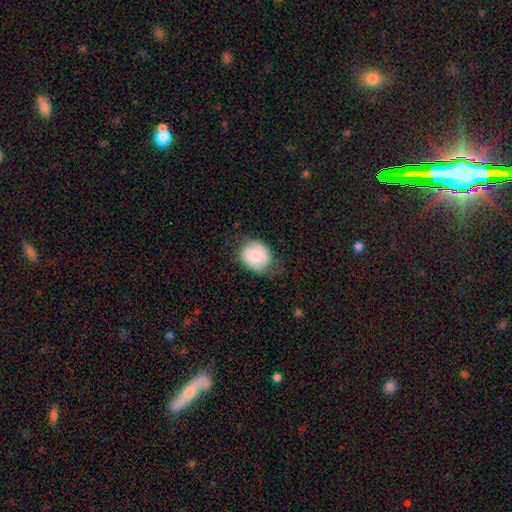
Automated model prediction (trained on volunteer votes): Smooth or featured? Predicted: smooth (p=0.73). How rounded? Predicted: round (p=0.63). Merging? Predicted: none (p=0.57).